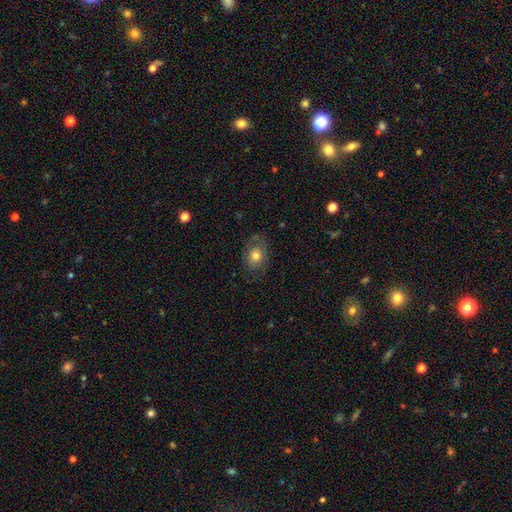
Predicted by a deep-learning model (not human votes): A smooth galaxy with no disk features (65%) that is in between round and cigar-shaped (62%).

Vote fractions:
- Smooth or featured? smooth: 65% / featured or disk: 26% / star or artifact: 9%
- How rounded? in between: 62% / round: 37% / cigar-shaped: 1%
- Merging? none: 71% / minor disturbance: 19% / major disturbance: 9% / merger: 1%